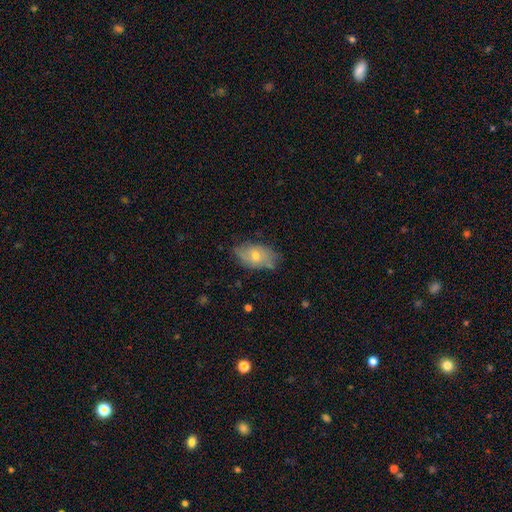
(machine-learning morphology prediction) Smooth or featured?
  - smooth: 57% *
  - featured or disk: 35%
  - star or artifact: 8%
How rounded?
  - in between: 89% *
  - round: 8%
  - cigar-shaped: 3%
Merging?
  - none: 70% *
  - minor disturbance: 24%
  - major disturbance: 5%
  - merger: 2%